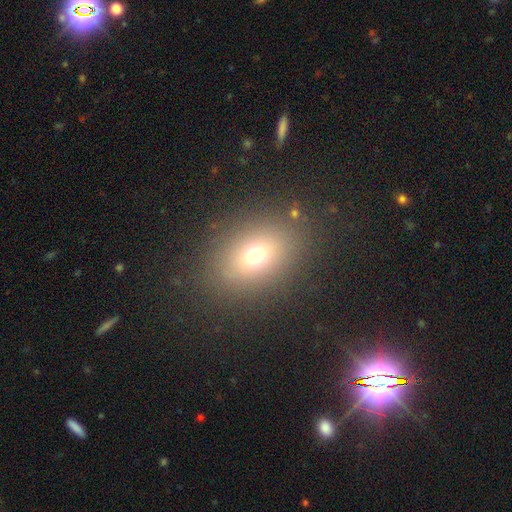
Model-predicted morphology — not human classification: This appears to be a smooth galaxy with no disk features (69%) that is in between round and cigar-shaped (64%). Merging: none (85%).